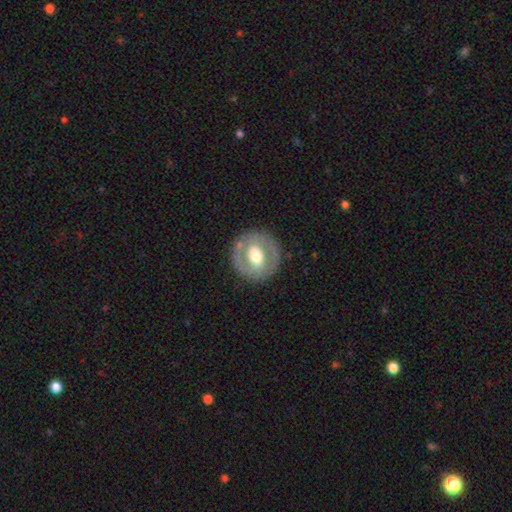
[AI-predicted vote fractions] Overall: featured or disk (57%; smooth 38%). Edge-on disk: no (95%). Bar: no (41%; weak 36%). Spiral arms: no (76%). Bulge size: moderate (62%; large 28%). Merging: none (84%).